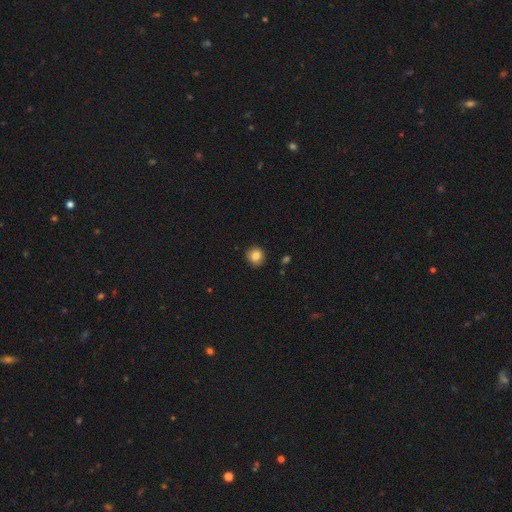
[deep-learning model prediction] Smooth or featured? smooth (83%)
How rounded? round (88%)
Merging? none (89%)